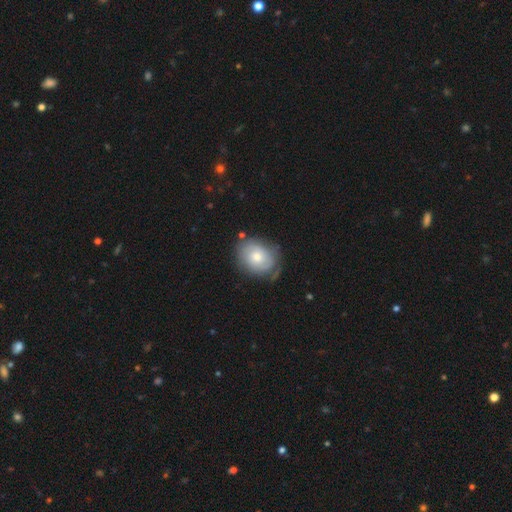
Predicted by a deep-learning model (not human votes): Smooth or featured: smooth — 49% (featured or disk — 44%)
Merging: none — 65% (minor disturbance — 24%)